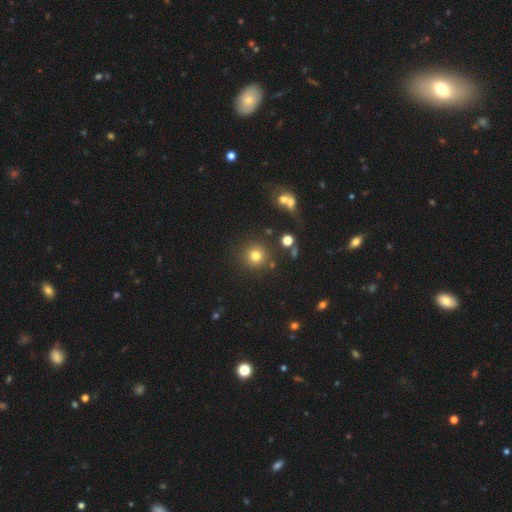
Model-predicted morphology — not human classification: This is likely a smooth galaxy (77%). How rounded: clearly round (94%). Merging: clearly none (84%).